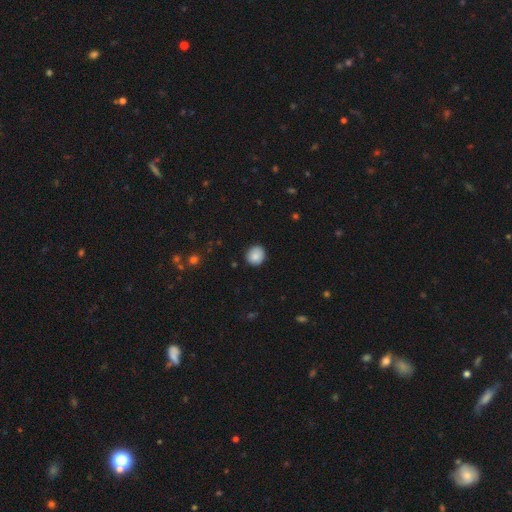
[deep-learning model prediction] This is clearly a smooth galaxy (86%). How rounded: clearly round (84%). Merging: clearly none (87%).